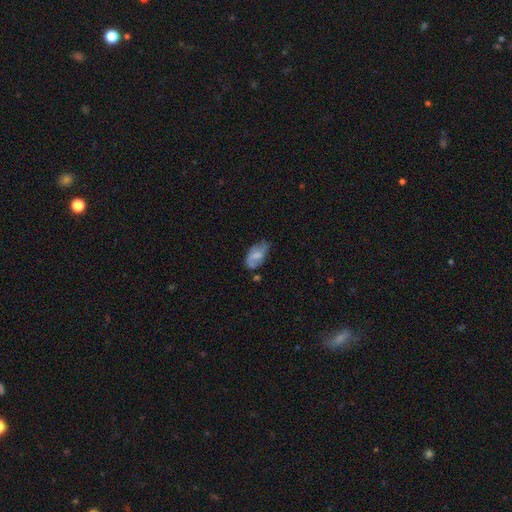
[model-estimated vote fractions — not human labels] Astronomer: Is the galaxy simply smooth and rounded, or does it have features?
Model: smooth — 53% (runner-up: featured or disk, 39%).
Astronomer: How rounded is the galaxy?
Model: in between — 91%.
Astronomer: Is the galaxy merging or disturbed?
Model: none — 46% (runner-up: minor disturbance, 35%).